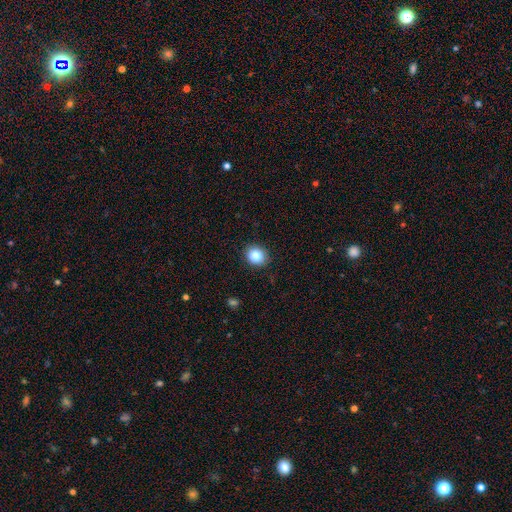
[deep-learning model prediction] smooth-or-featured: smooth: 85% | star or artifact: 10% | featured or disk: 5%
  how-rounded: round: 79% | in between: 20% | cigar-shaped: 1%
  merging: none: 90% | minor disturbance: 7% | major disturbance: 2% | merger: 1%